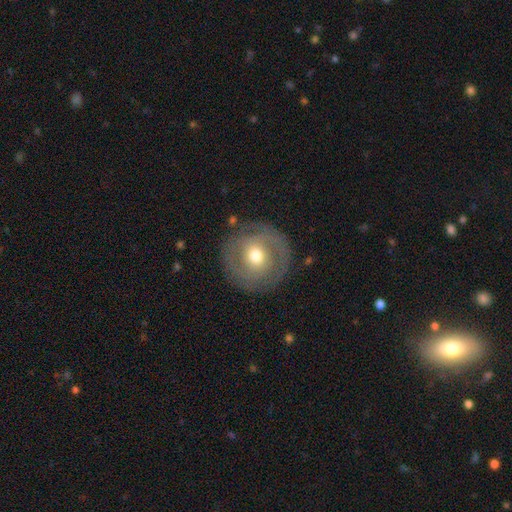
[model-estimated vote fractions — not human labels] Morphology: type=featured or disk (56%); edge-on=no (96%); bar=no (67%); spiral arms=yes (59%); bulge=moderate (69%); merging=none (83%).